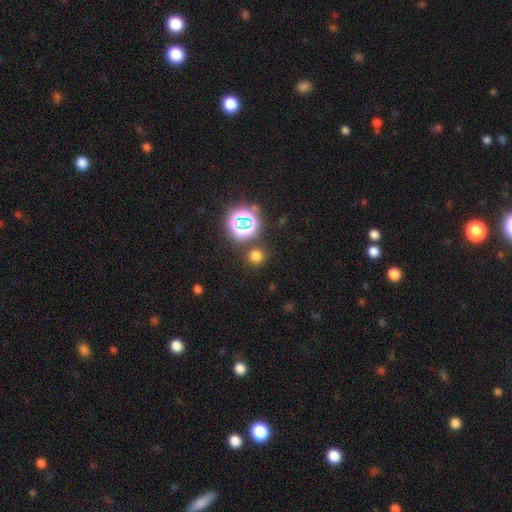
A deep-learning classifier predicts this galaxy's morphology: smooth 67%, star or artifact 27%, featured or disk 5%. Down the decision tree: how rounded — round (91%); merging — none (85%).